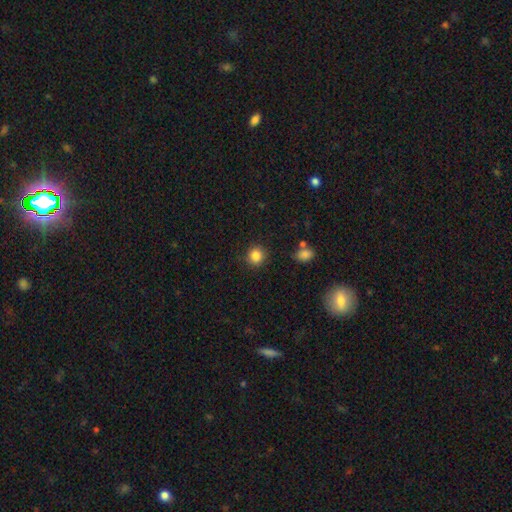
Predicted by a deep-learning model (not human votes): The model was most divided on "smooth or featured": smooth: 85%, star or artifact: 10%, featured or disk: 4%. More confident: how rounded — round (90%); merging — none (88%).